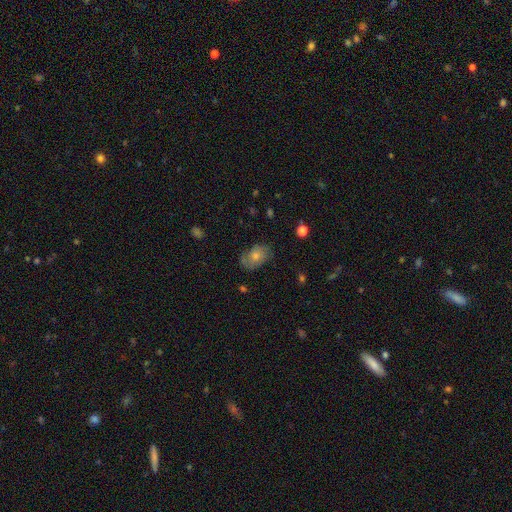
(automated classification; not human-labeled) smooth 47%, featured or disk 37%, star or artifact 16%. Down the decision tree: merging — none (74%).